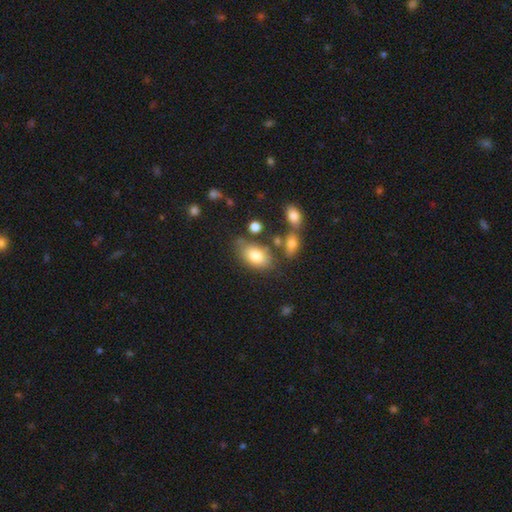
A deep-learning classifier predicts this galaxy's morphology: smooth 80%, featured or disk 12%, star or artifact 8%. Down the decision tree: how rounded — in between (90%); merging — none (63%).